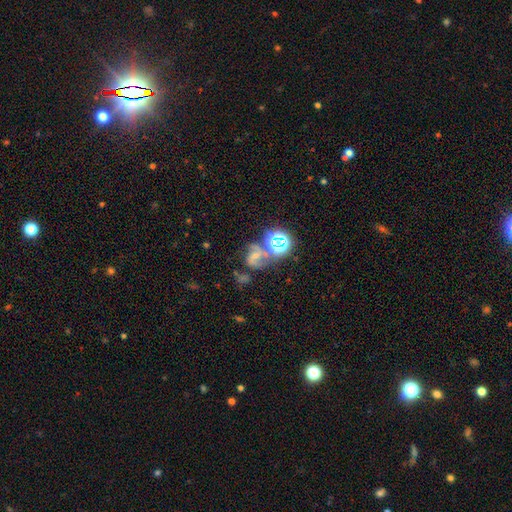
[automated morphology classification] Overall: featured or disk (53%; star or artifact 25%). Edge-on disk: no (97%). Bar: no (39%; weak 37%). Spiral arms: yes (87%). Bulge size: small (40%; moderate 27%). Merging: none (38%; merger 27%).